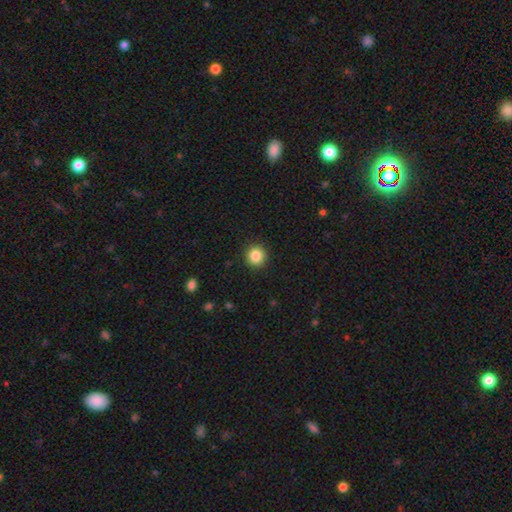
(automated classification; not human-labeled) Morphology: type=smooth (86%); roundness=round (93%); merging=none (92%).